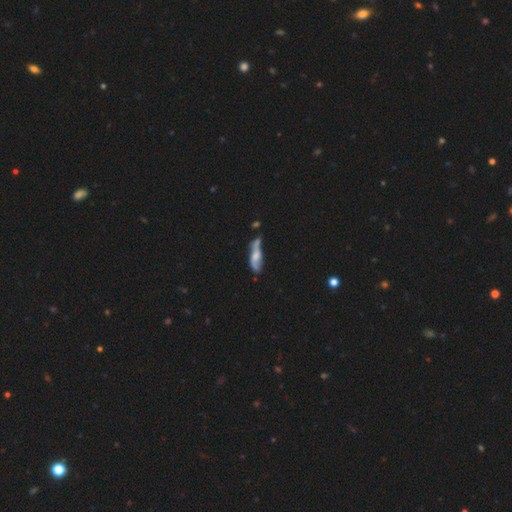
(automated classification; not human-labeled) smooth_or_featured: featured or disk (p=0.48) [alt: smooth p=0.44]
merging: none (p=0.31) [alt: merger p=0.28]